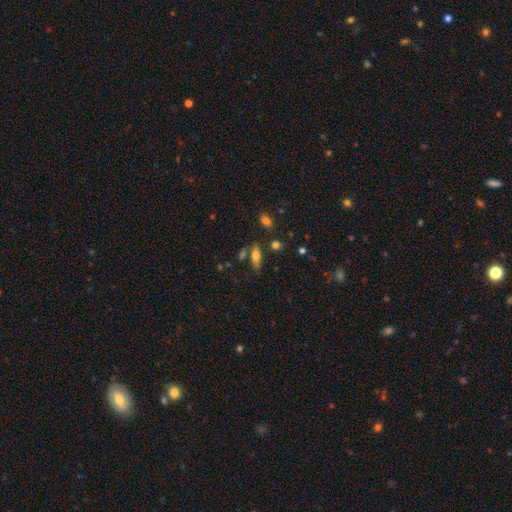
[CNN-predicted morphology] Overall: smooth (66%). How rounded: in between (65%; cigar-shaped 32%). Merging: none (69%).